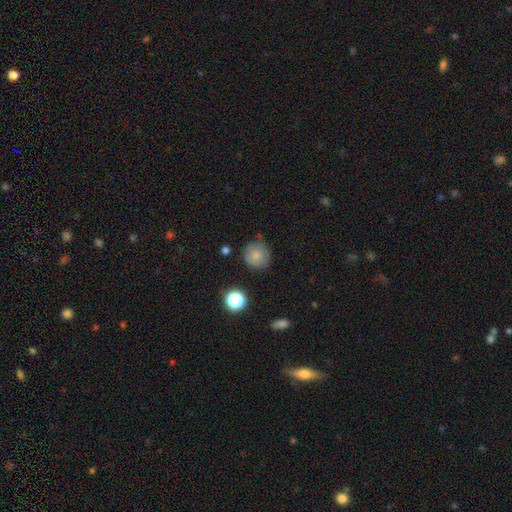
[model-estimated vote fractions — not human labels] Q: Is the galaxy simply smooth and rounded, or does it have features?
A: smooth — 80%.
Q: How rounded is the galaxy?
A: round — 92%.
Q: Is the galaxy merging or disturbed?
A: none — 80%.